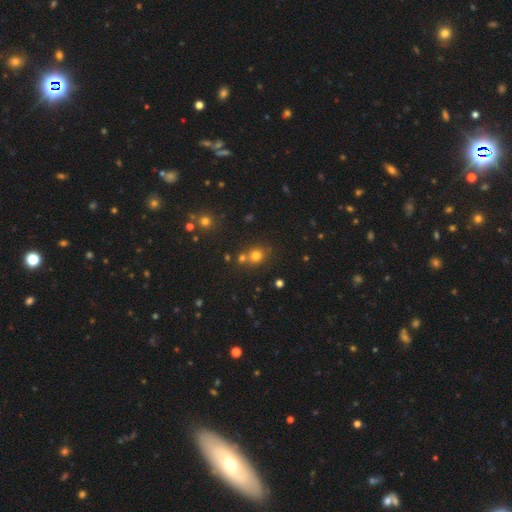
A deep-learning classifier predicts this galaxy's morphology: Q: Smooth or featured?
A: smooth (74%); runner-up: star or artifact (18%)
Q: How rounded?
A: round (83%); runner-up: in between (16%)
Q: Merging?
A: none (62%); runner-up: merger (26%)